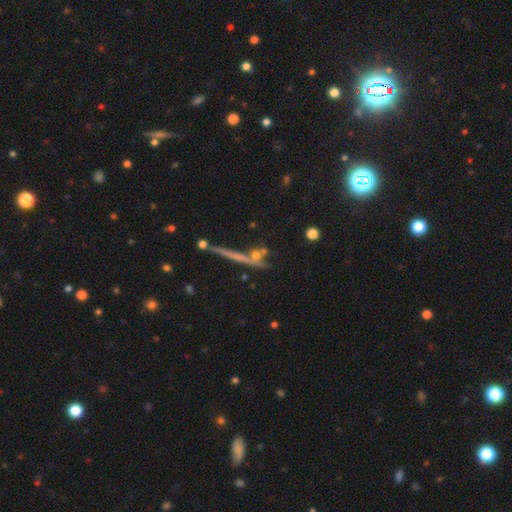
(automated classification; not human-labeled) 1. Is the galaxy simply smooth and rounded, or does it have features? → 51% featured or disk, 33% smooth, 16% star or artifact.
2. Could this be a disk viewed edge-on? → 87% yes, 13% no.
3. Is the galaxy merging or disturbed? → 67% none, 14% merger, 13% minor disturbance, 7% major disturbance.